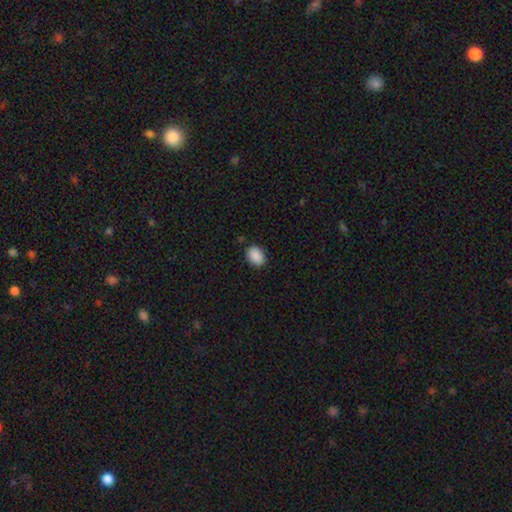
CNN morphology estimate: smooth 89%, star or artifact 7%, featured or disk 3%. Down the decision tree: how rounded — in between (72%); merging — none (85%).